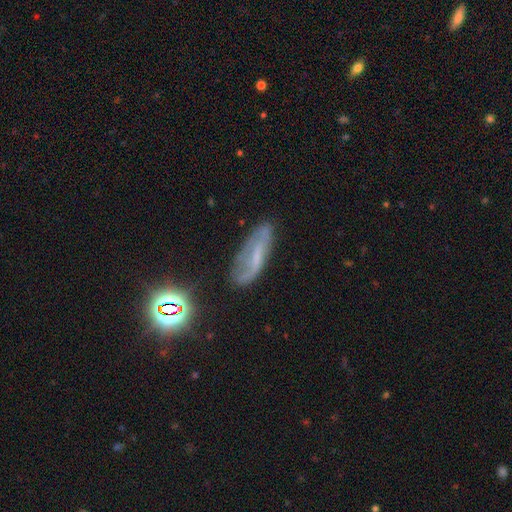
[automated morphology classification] smooth_or_featured: featured or disk (p=0.51) [alt: smooth p=0.32]
disk_edge_on: no (p=0.80) [alt: yes p=0.20]
merging: none (p=0.65) [alt: minor disturbance p=0.23]